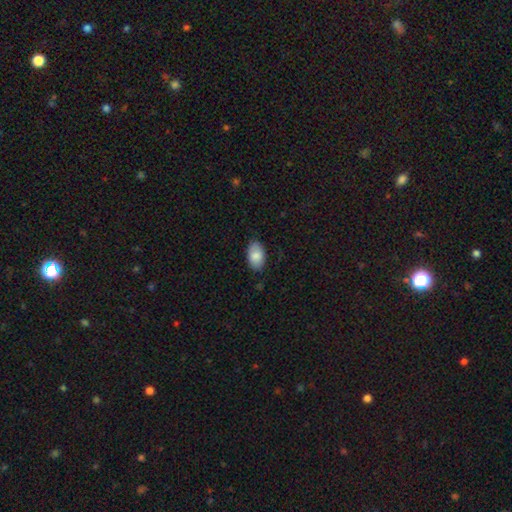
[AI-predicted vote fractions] smooth_or_featured: smooth (p=0.86) [alt: featured or disk p=0.08]
how_rounded: in between (p=0.93) [alt: round p=0.05]
merging: none (p=0.83) [alt: minor disturbance p=0.14]